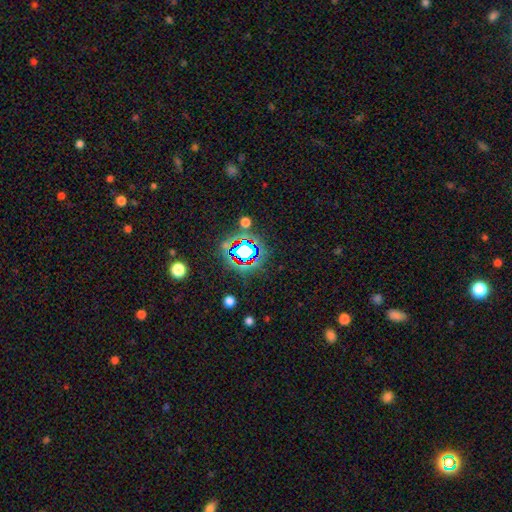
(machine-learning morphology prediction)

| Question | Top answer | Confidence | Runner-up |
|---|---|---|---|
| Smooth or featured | star or artifact | 67% | smooth (21%) |